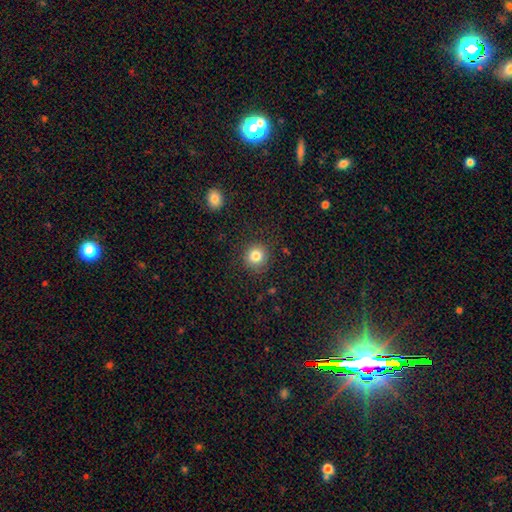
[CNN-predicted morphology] Smooth or featured? smooth (83%)
How rounded? round (92%)
Merging? none (88%)